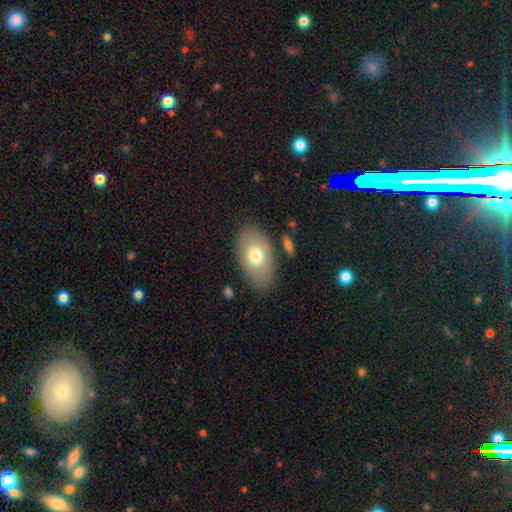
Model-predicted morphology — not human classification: smooth-or-featured: smooth: 70% | featured or disk: 23% | star or artifact: 7%
  how-rounded: in between: 91% | round: 8% | cigar-shaped: 2%
  merging: none: 80% | minor disturbance: 13% | major disturbance: 4% | merger: 3%